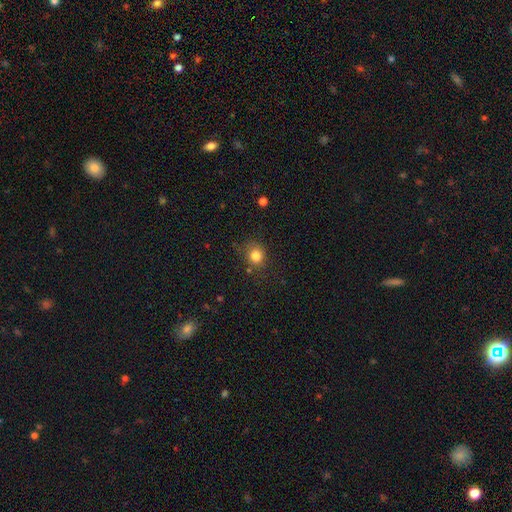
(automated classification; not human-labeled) Overall: smooth (82%). How rounded: round (80%). Merging: none (74%).